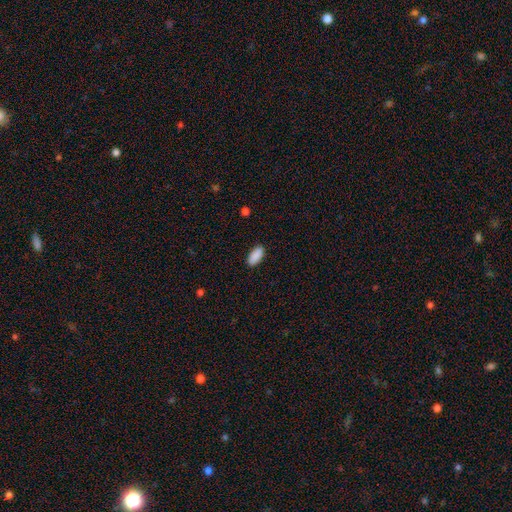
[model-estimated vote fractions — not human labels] The model was most divided on "how rounded": in between: 89%, cigar-shaped: 9%, round: 2%. More confident: smooth or featured — smooth (91%); merging — none (89%).